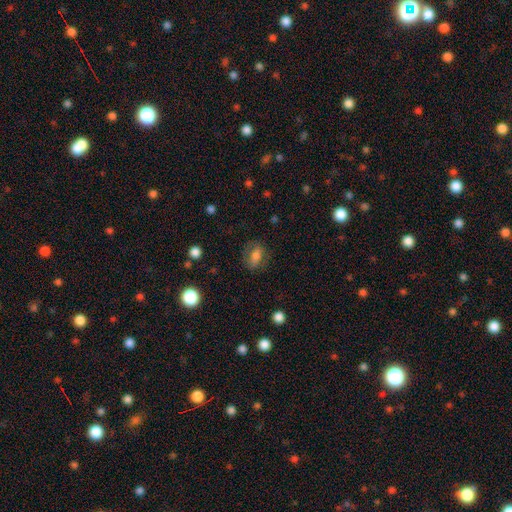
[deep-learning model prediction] This is likely a smooth galaxy (69%). How rounded: likely in between (75%). Merging: likely none (72%).